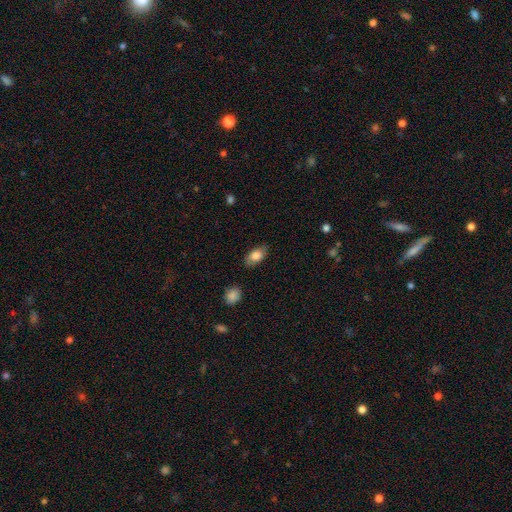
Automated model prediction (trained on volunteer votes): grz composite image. It shows a smooth galaxy with no disk features (81%) that is in between round and cigar-shaped (91%). Merging: none (82%).